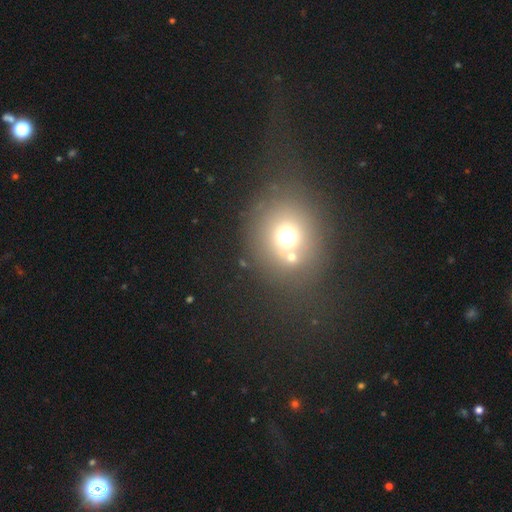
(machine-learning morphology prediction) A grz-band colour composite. It shows a smooth galaxy with no disk features (50%) that is round (67%). Merging: none (52%).